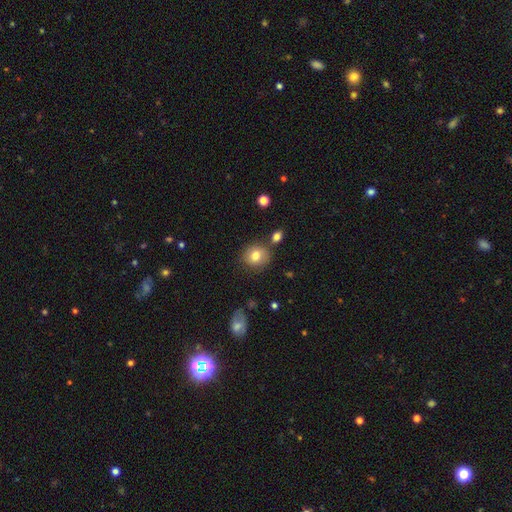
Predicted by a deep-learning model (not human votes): Overall: smooth (79%). How rounded: round (80%). Merging: none (77%).